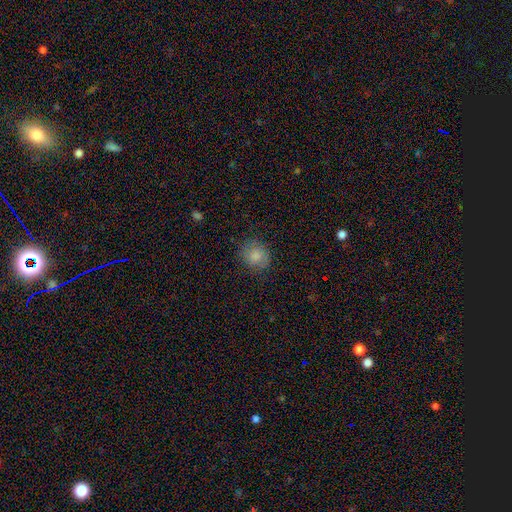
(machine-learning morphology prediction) This appears to be a smooth galaxy with no disk features (81%) that is round (80%). Merging: none (78%).